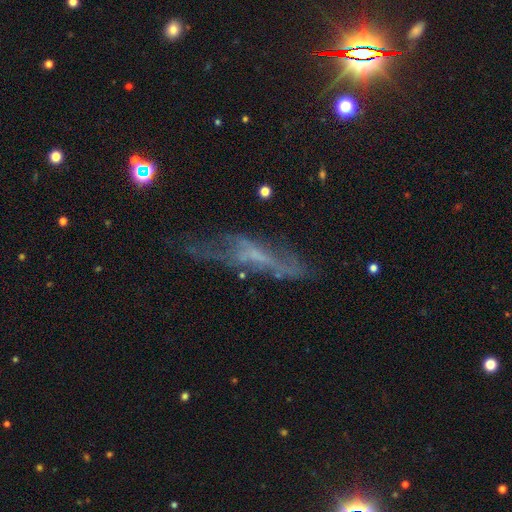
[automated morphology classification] Smooth or featured?
  - featured or disk: 61% *
  - smooth: 24%
  - star or artifact: 15%
Edge-on disk?
  - no: 57% *
  - yes: 43%
Merging?
  - none: 50% *
  - minor disturbance: 24%
  - major disturbance: 22%
  - merger: 4%